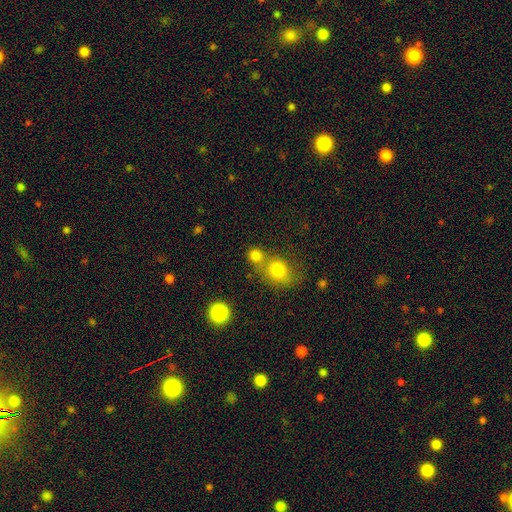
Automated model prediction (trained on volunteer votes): A smooth galaxy with no disk features (78%) that is round (79%). Merging: none (49%).